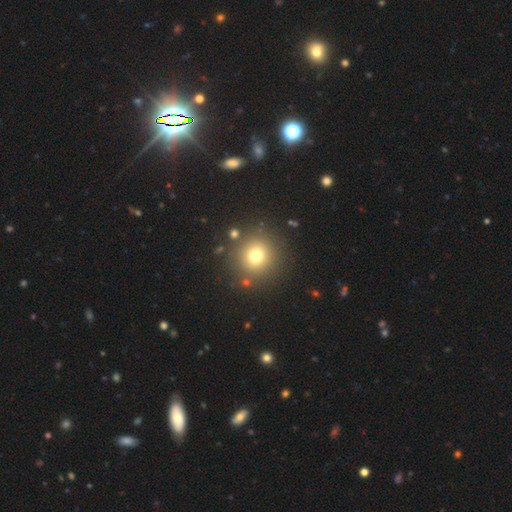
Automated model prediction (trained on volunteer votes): Overall: smooth (73%). How rounded: round (93%). Merging: none (86%).